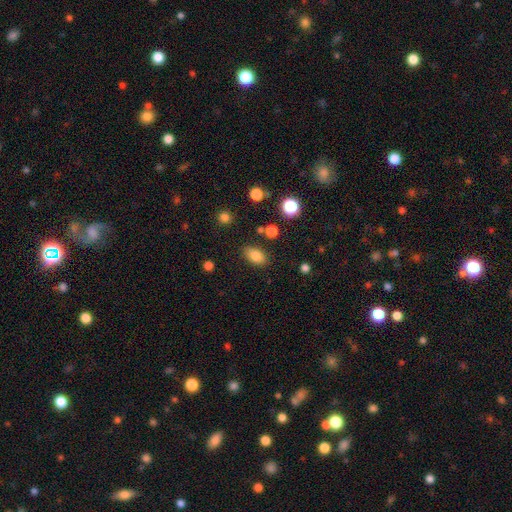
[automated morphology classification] Overall: smooth (83%). How rounded: in between (87%). Merging: none (82%).